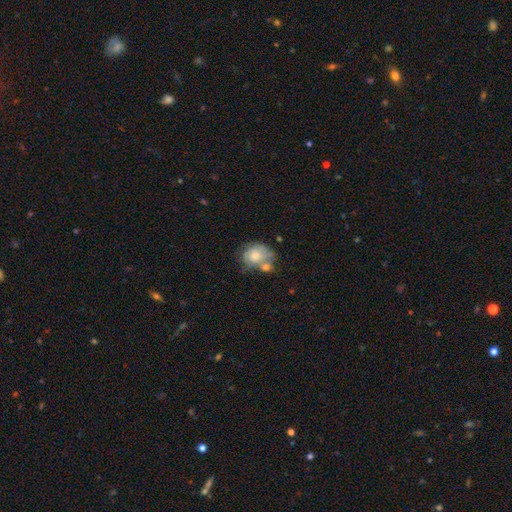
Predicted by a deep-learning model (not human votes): A smooth galaxy with no disk features (63%) that is round (53%).

Vote fractions:
- Smooth or featured? smooth: 63% / featured or disk: 29% / star or artifact: 8%
- How rounded? round: 53% / in between: 46% / cigar-shaped: 1%
- Merging? merger: 34% / none: 31% / minor disturbance: 23% / major disturbance: 12%